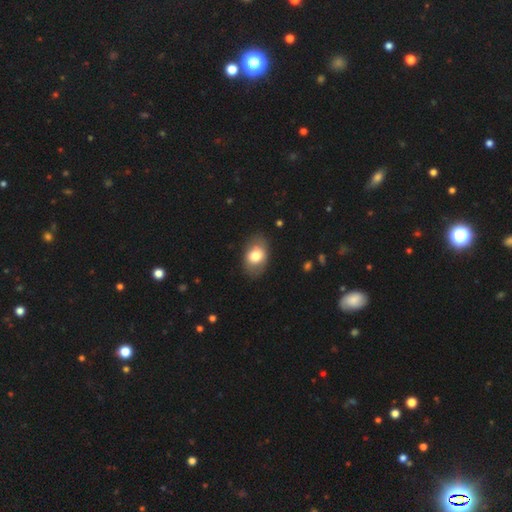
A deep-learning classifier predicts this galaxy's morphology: Smooth or featured? Predicted: smooth (p=0.73). How rounded? Predicted: in between (p=0.81). Merging? Predicted: none (p=0.79).